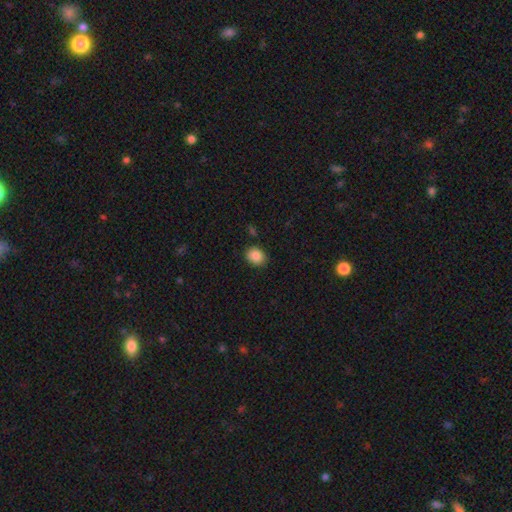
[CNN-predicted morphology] A smooth galaxy with no disk features (86%) that is round (61%). Merging: none (85%).